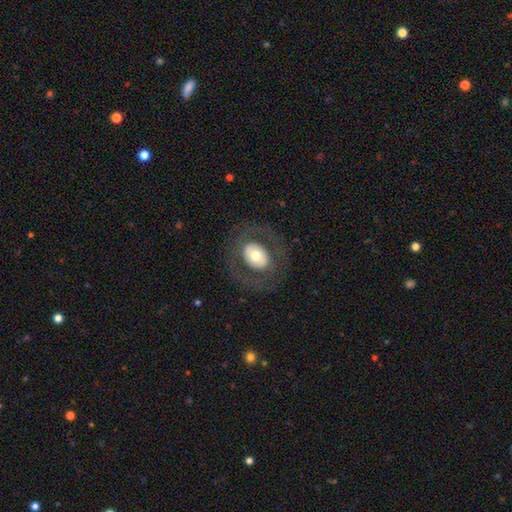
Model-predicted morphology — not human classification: Q: Smooth or featured?
A: smooth (47%); runner-up: featured or disk (46%)
Q: Merging?
A: none (77%); runner-up: major disturbance (12%)